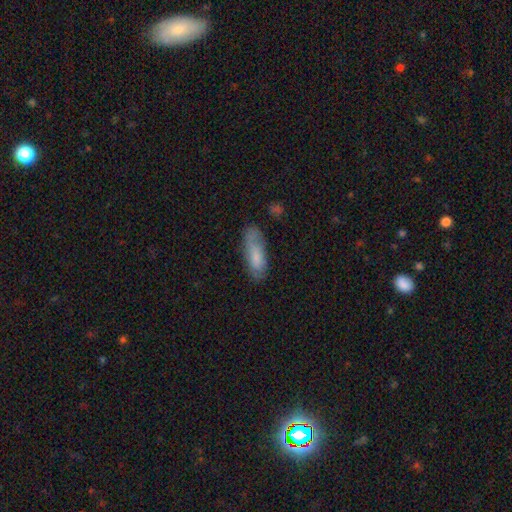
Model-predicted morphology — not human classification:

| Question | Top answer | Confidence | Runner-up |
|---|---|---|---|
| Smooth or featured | smooth | 73% | featured or disk (20%) |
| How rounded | in between | 62% | cigar-shaped (36%) |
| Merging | none | 65% | minor disturbance (25%) |